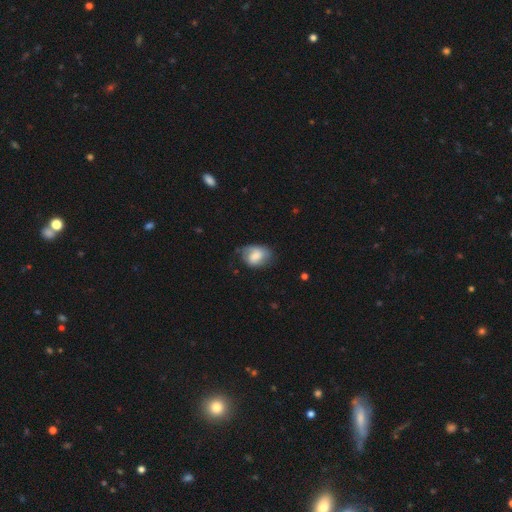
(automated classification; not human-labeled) Q: Smooth or featured?
A: smooth (59%); runner-up: featured or disk (34%)
Q: How rounded?
A: in between (69%); runner-up: round (29%)
Q: Merging?
A: none (51%); runner-up: minor disturbance (33%)